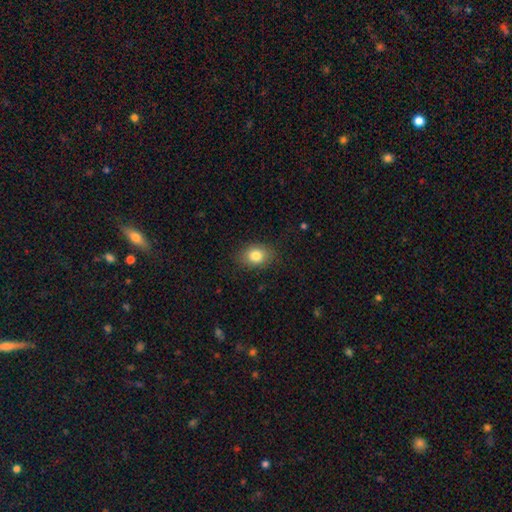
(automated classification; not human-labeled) smooth 83%, star or artifact 9%, featured or disk 8%. Down the decision tree: how rounded — in between (64%); merging — none (86%).